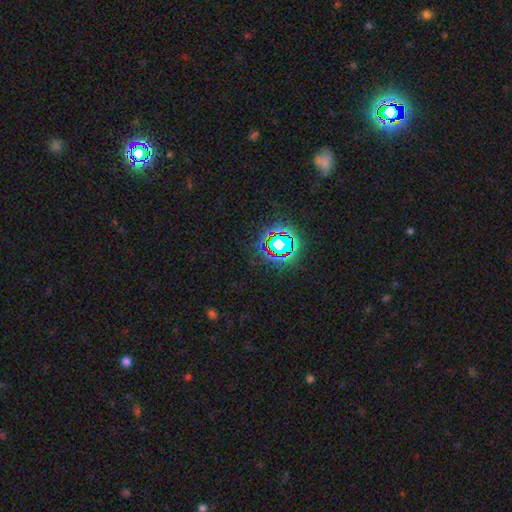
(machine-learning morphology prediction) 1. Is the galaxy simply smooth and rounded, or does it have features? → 79% star or artifact, 13% smooth, 8% featured or disk.